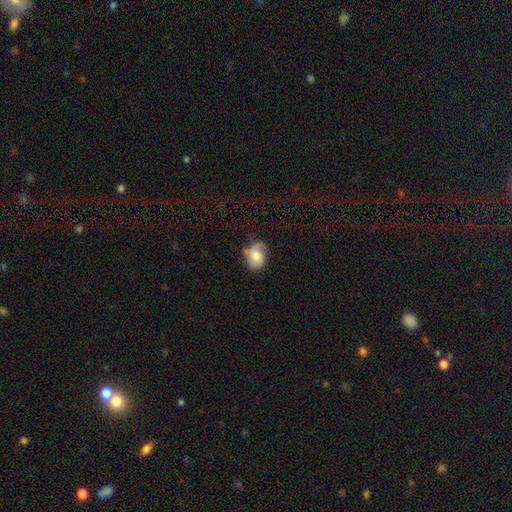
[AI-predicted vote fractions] This appears to be a smooth galaxy with no disk features (66%) that is in between round and cigar-shaped (71%). Merging: none (48%).